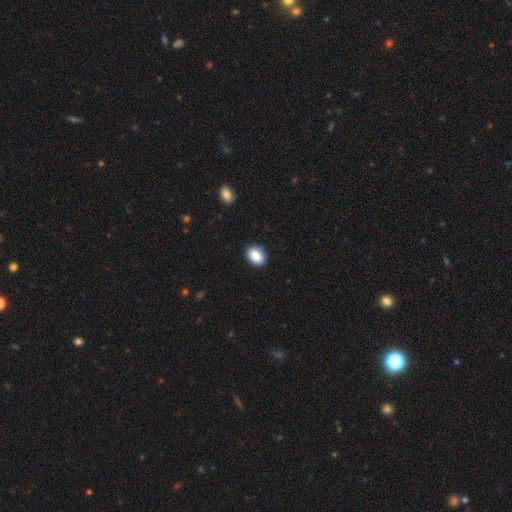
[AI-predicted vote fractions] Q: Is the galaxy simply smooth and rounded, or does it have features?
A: smooth — 88%.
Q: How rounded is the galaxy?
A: in between — 69%.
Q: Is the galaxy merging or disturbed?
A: none — 90%.